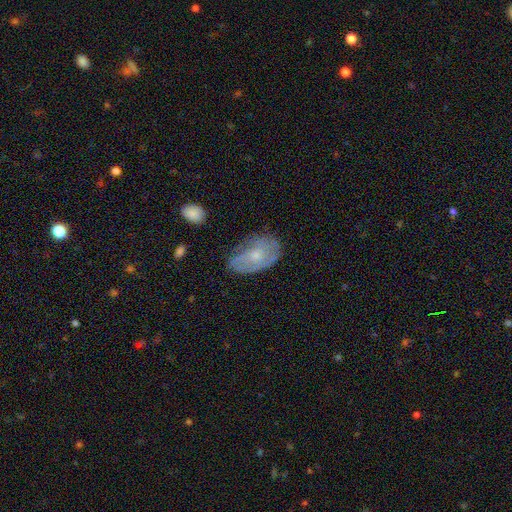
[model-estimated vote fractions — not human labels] featured or disk 56%, smooth 36%, star or artifact 7%. Down the decision tree: edge-on disk — no (95%); bar — no (80%); spiral arms — yes (69%); bulge size — small (60%); merging — none (60%).